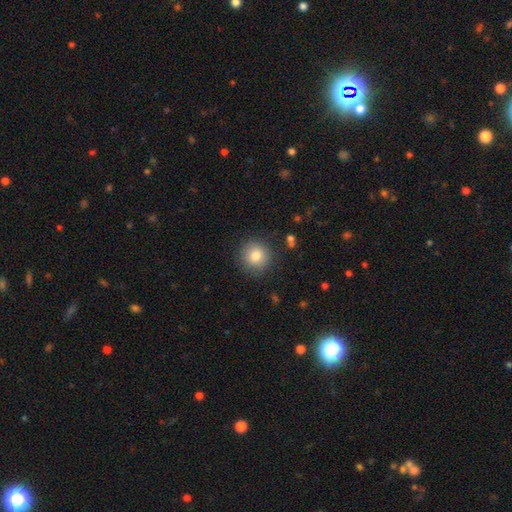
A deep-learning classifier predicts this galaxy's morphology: Smooth or featured? Predicted: smooth (p=0.80). How rounded? Predicted: round (p=0.93). Merging? Predicted: none (p=0.88).